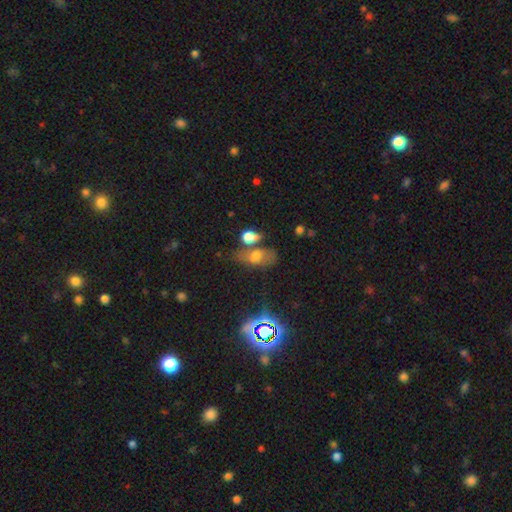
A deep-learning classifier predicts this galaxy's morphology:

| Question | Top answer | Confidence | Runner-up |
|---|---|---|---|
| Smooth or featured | smooth | 55% | star or artifact (24%) |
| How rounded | in between | 79% | round (15%) |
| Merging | none | 42% | merger (26%) |